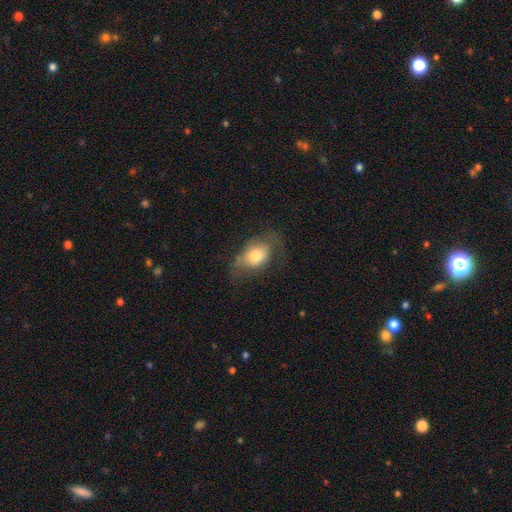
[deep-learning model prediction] Smooth or featured?
  - smooth: 64% *
  - featured or disk: 28%
  - star or artifact: 8%
How rounded?
  - in between: 82% *
  - round: 16%
  - cigar-shaped: 2%
Merging?
  - none: 40% *
  - minor disturbance: 29%
  - major disturbance: 29%
  - merger: 2%